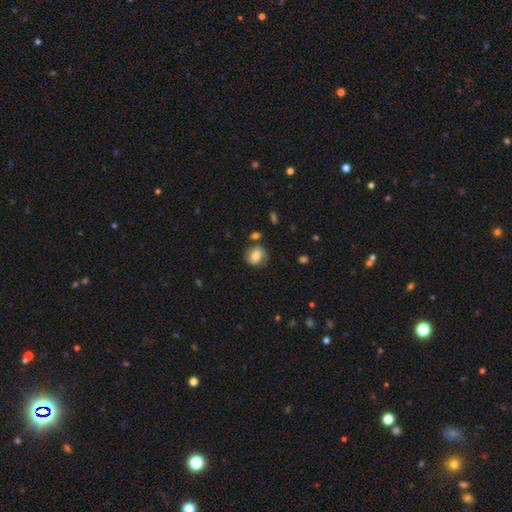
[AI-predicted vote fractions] Overall: smooth (66%). How rounded: round (69%; in between 30%). Merging: none (68%).